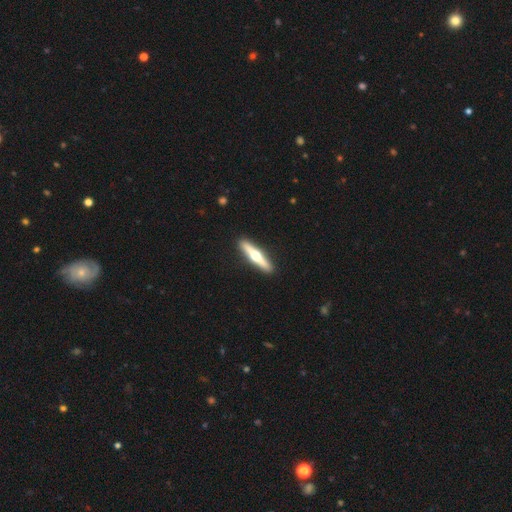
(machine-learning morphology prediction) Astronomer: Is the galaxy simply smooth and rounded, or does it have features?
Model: featured or disk — 63%.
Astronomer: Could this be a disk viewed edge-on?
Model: yes — 96%.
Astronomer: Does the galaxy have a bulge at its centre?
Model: rounded — 95%.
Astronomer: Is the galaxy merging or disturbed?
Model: none — 92%.